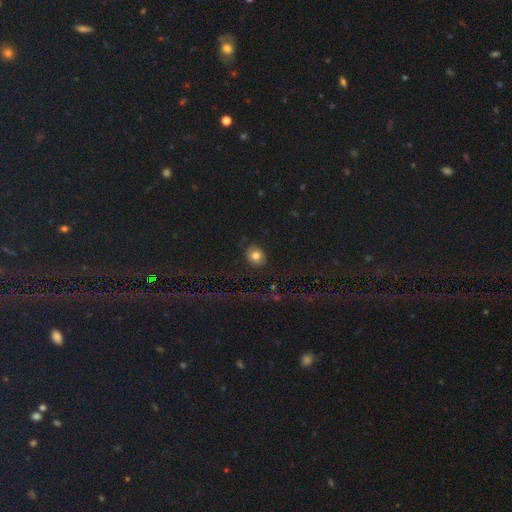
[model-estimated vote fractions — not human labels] smooth-or-featured: smooth: 77% | star or artifact: 12% | featured or disk: 11%
  how-rounded: round: 65% | in between: 34% | cigar-shaped: 1%
  merging: none: 84% | minor disturbance: 11% | major disturbance: 4% | merger: 1%